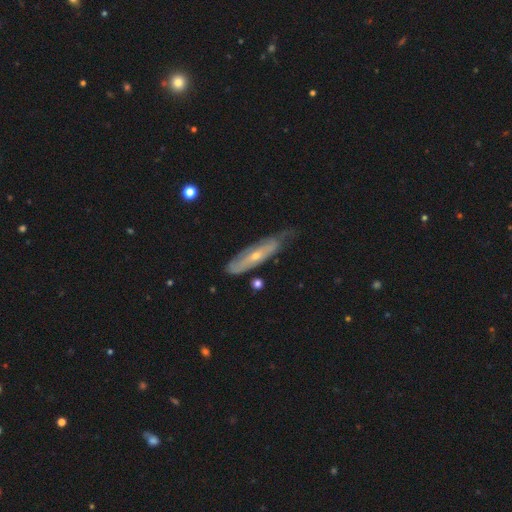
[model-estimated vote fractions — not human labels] A featured or disk galaxy (66%). Merging: none (53%).